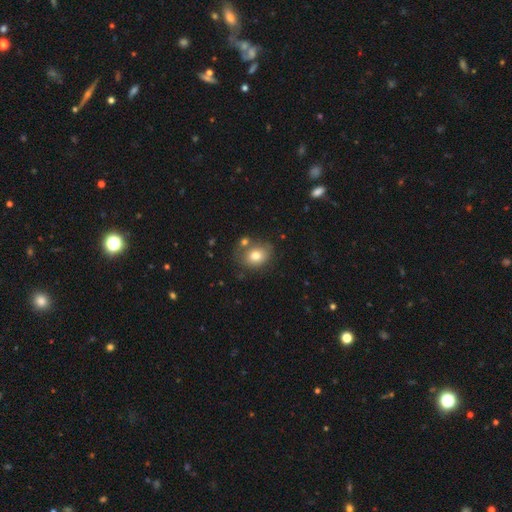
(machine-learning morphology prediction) Smooth or featured? smooth (77%)
How rounded? in between (51%)
Merging? none (62%)